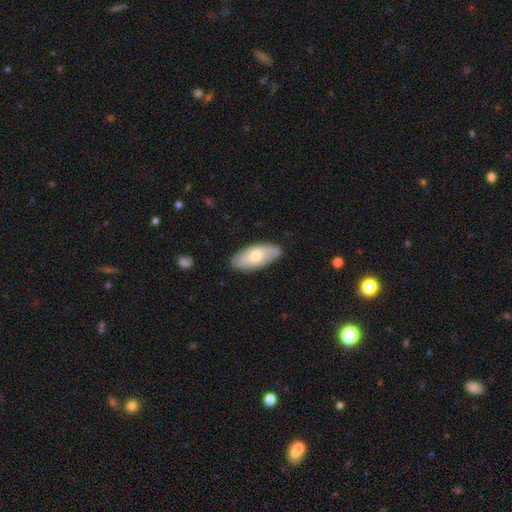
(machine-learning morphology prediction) Smooth or featured?
  - smooth: 55% *
  - featured or disk: 39%
  - star or artifact: 6%
How rounded?
  - in between: 89% *
  - cigar-shaped: 9%
  - round: 2%
Merging?
  - none: 85% *
  - minor disturbance: 12%
  - major disturbance: 2%
  - merger: 1%